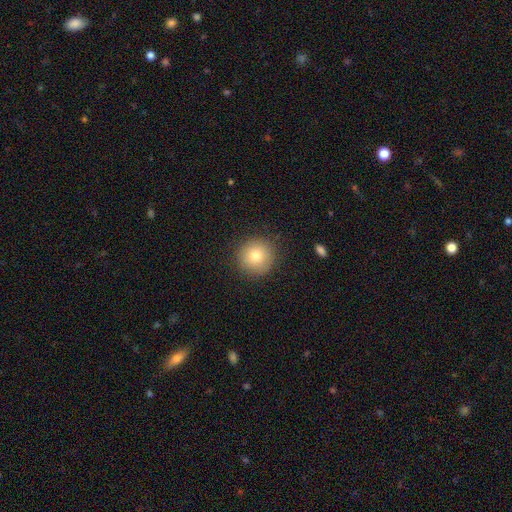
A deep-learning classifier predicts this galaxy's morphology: Smooth or featured?
  - smooth: 79% *
  - featured or disk: 11%
  - star or artifact: 10%
How rounded?
  - round: 94% *
  - in between: 5%
  - cigar-shaped: 1%
Merging?
  - none: 89% *
  - minor disturbance: 7%
  - major disturbance: 2%
  - merger: 1%